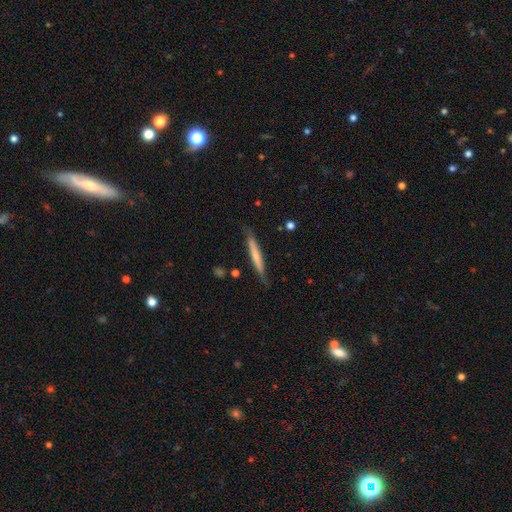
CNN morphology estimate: Smooth or featured? smooth (55%)
How rounded? cigar-shaped (95%)
Merging? none (80%)